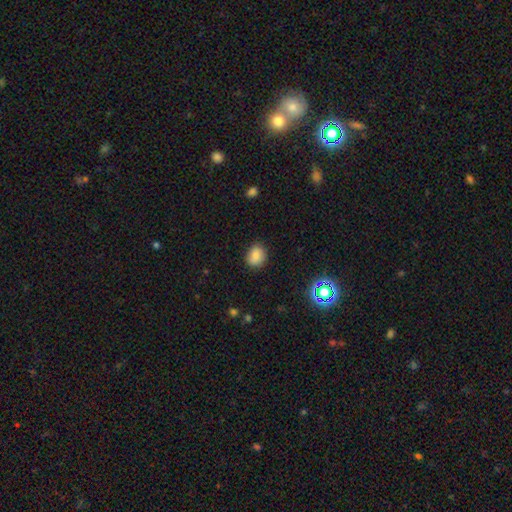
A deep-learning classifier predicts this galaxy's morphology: Smooth or featured? smooth (83%)
How rounded? round (57%)
Merging? none (83%)